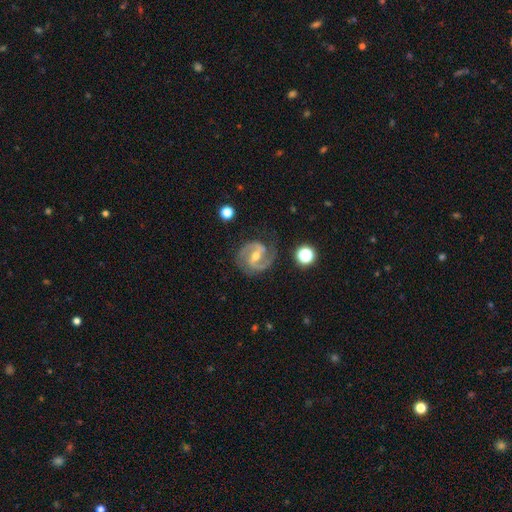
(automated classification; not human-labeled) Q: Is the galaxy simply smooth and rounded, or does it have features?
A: featured or disk — 90%.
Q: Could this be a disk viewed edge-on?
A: no — 98%.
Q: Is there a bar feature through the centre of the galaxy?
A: weak — 44%.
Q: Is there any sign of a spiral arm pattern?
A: yes — 98%.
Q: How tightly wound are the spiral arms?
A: medium — 60%.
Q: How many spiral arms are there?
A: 2 — 93%.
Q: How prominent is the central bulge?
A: moderate — 62%.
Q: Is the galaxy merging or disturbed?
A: none — 80%.